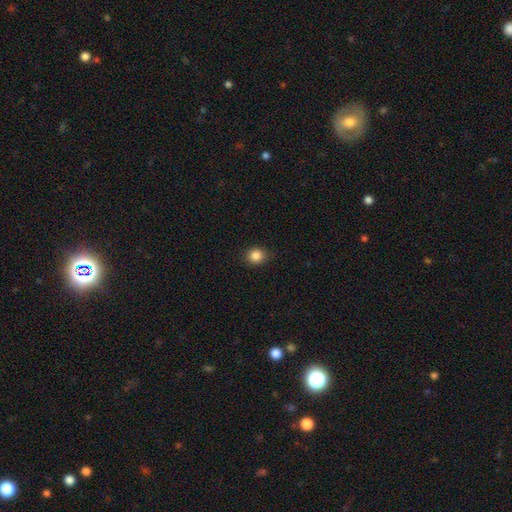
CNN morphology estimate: Smooth or featured? smooth (86%)
How rounded? round (79%)
Merging? none (88%)